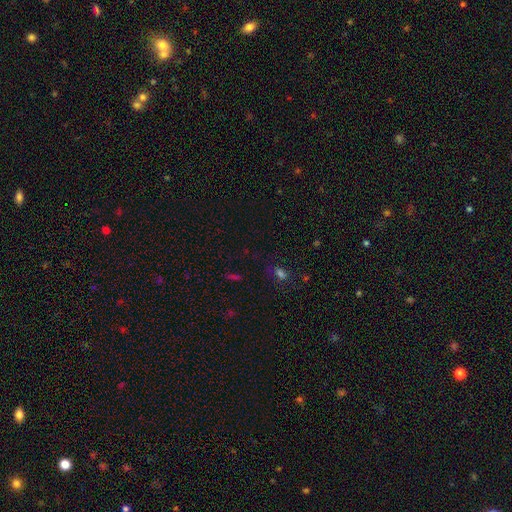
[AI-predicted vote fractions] Smooth or featured?
  - smooth: 49% *
  - star or artifact: 43%
  - featured or disk: 8%
Merging?
  - none: 71% *
  - minor disturbance: 16%
  - major disturbance: 9%
  - merger: 4%